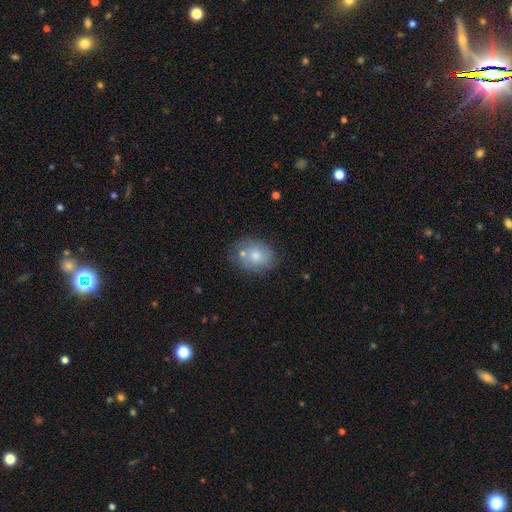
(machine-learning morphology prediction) A smooth galaxy with no disk features (70%) that is round (50%). Merging: none (57%).